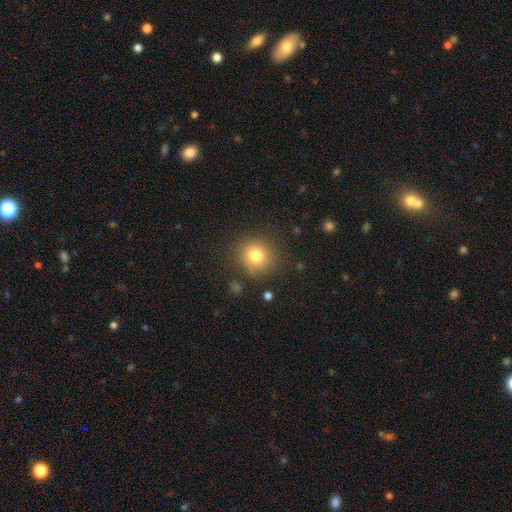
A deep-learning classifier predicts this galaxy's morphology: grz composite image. It shows a smooth galaxy with no disk features (78%) that is round (89%). Merging: none (83%).